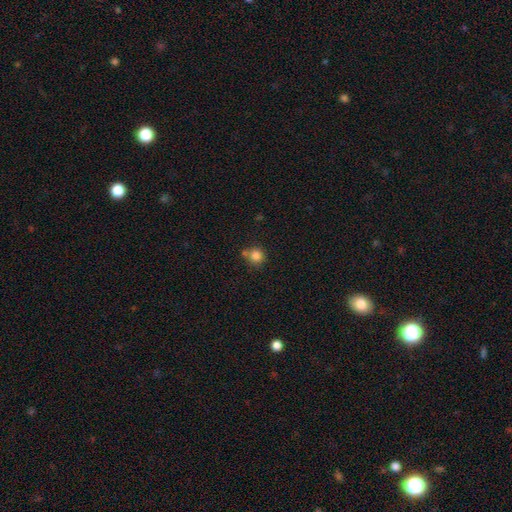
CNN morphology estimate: Smooth or featured: smooth — 82% (star or artifact — 11%)
How rounded: round — 91% (in between — 8%)
Merging: none — 66% (merger — 18%)